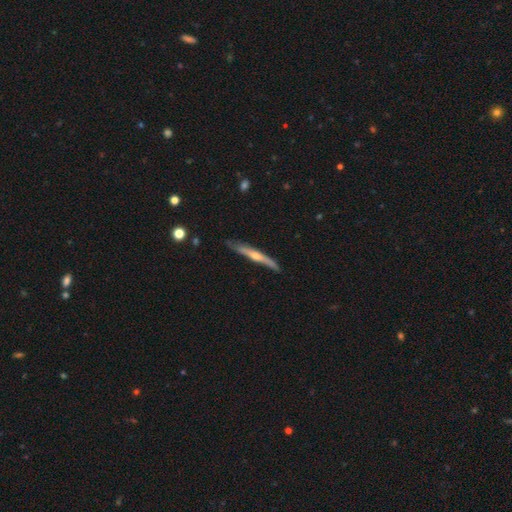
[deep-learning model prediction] Smooth or featured? Predicted: featured or disk (p=0.65). Edge-on disk? Predicted: yes (p=0.93). Edge-on bulge? Predicted: rounded (p=0.77). Merging? Predicted: none (p=0.75).